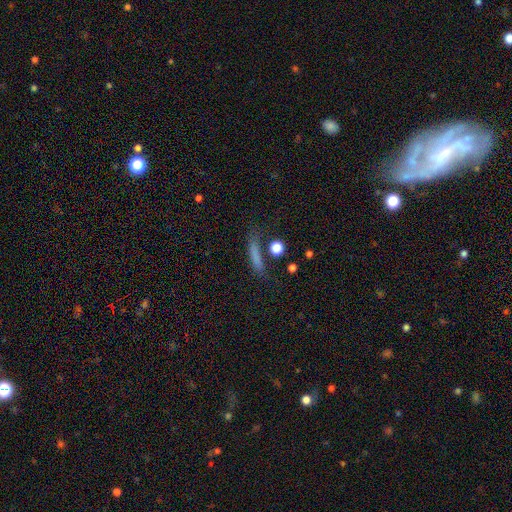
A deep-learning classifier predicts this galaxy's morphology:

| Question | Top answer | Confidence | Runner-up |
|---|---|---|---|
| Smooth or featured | smooth | 74% | star or artifact (13%) |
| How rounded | cigar-shaped | 70% | in between (20%) |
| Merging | none | 64% | minor disturbance (17%) |